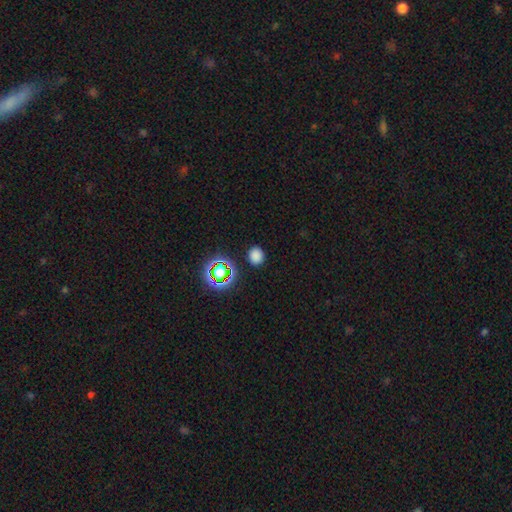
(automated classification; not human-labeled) Q: Smooth or featured?
A: smooth (75%); runner-up: star or artifact (20%)
Q: How rounded?
A: round (72%); runner-up: in between (27%)
Q: Merging?
A: none (87%); runner-up: minor disturbance (8%)